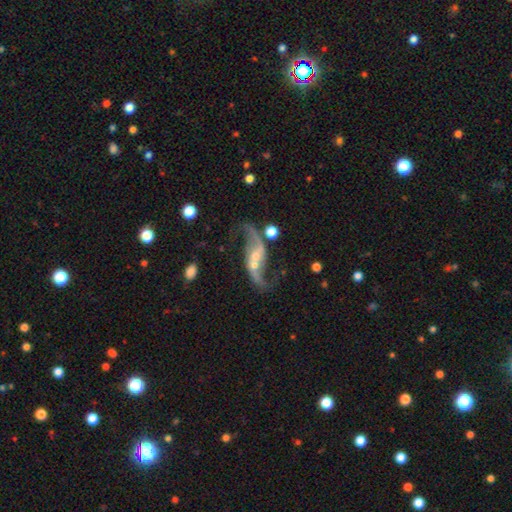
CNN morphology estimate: type=featured or disk (89%); edge-on=no (96%); bar=no (46%); spiral arms=yes (96%); winding=loose (87%); arm count=2 (94%); bulge=small (59%); merging=none (63%).